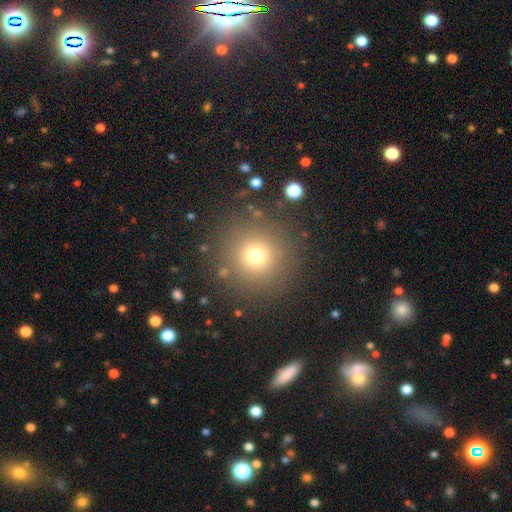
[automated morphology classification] Smooth or featured? smooth (71%)
How rounded? round (95%)
Merging? none (87%)